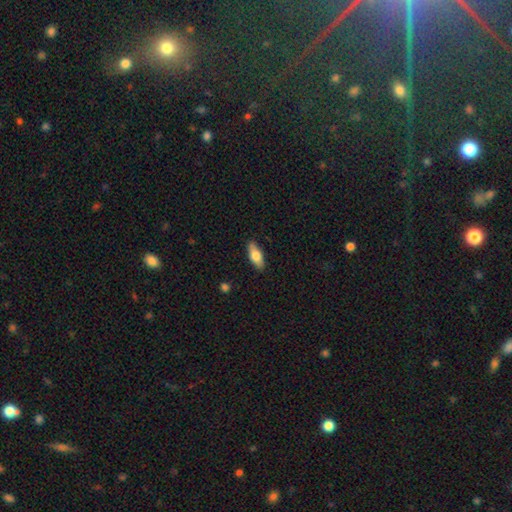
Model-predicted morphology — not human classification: smooth_or_featured: smooth (p=0.69) [alt: featured or disk p=0.25]
how_rounded: in between (p=0.73) [alt: cigar-shaped p=0.24]
merging: none (p=0.88) [alt: minor disturbance p=0.09]